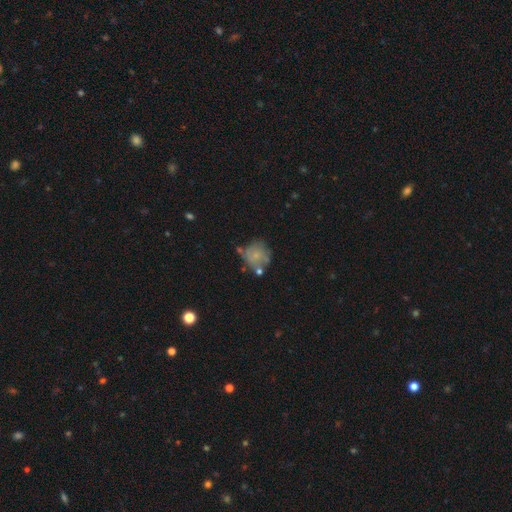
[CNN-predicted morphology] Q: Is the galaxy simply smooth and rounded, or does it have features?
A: smooth — 58%.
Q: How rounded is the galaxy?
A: round — 80%.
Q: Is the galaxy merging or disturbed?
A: none — 46%.